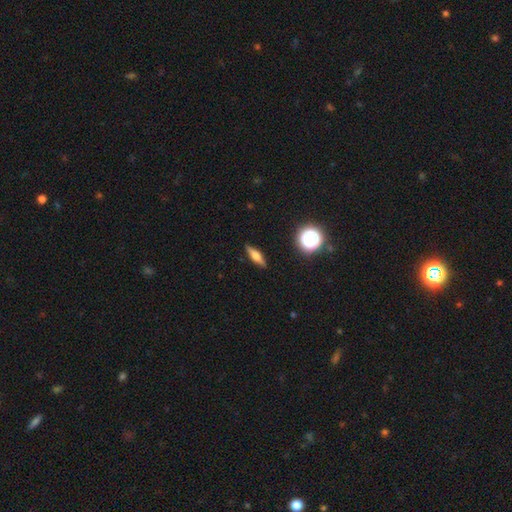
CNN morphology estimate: This appears to be a featured or disk galaxy (48%). Merging: none (89%).